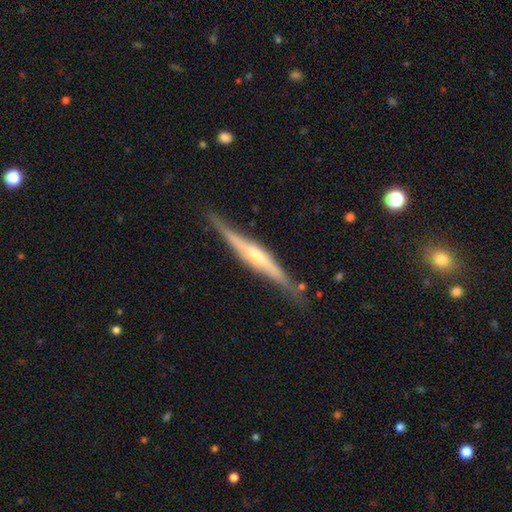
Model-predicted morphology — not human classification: This appears to be a featured or disk galaxy (78%) viewed edge-on (96%) with a rounded central bulge (71%). Merging: none (81%).